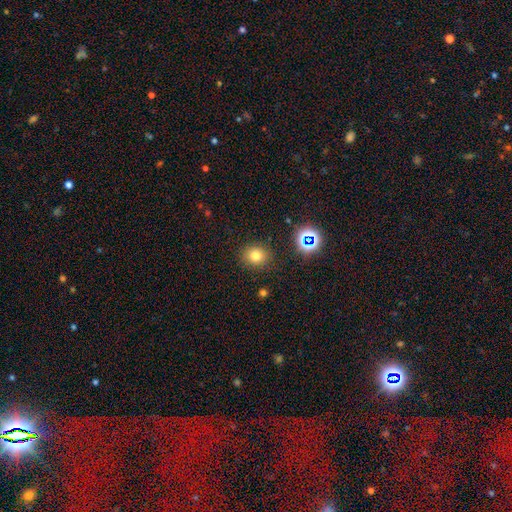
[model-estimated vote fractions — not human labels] smooth 73%, star or artifact 19%, featured or disk 8%. Down the decision tree: how rounded — round (78%); merging — none (87%).